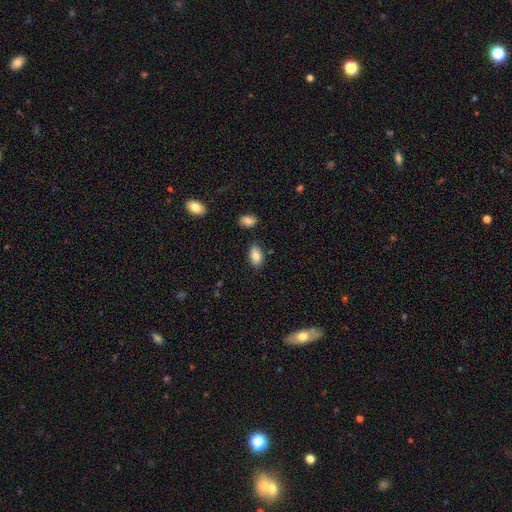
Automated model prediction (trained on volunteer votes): Smooth or featured?
  - smooth: 84% *
  - featured or disk: 8%
  - star or artifact: 8%
How rounded?
  - in between: 93% *
  - round: 5%
  - cigar-shaped: 2%
Merging?
  - none: 82% *
  - minor disturbance: 12%
  - merger: 3%
  - major disturbance: 2%